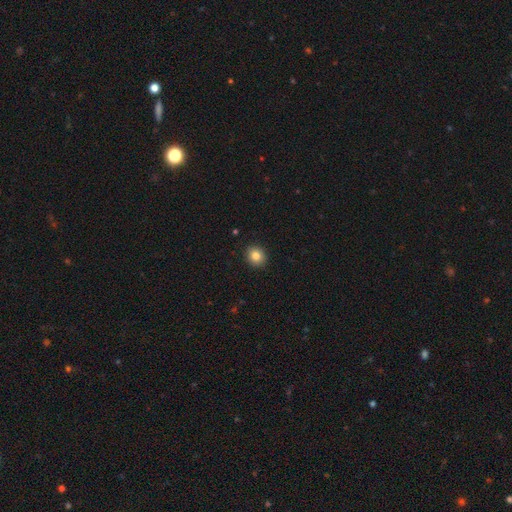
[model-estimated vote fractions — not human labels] Smooth or featured? smooth (85%)
How rounded? round (76%)
Merging? none (91%)